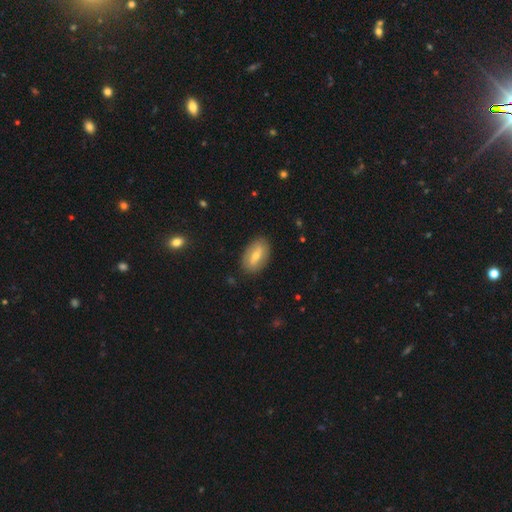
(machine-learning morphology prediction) A smooth galaxy with no disk features (50%) that is in between round and cigar-shaped (89%).

Vote fractions:
- Smooth or featured? smooth: 50% / featured or disk: 42% / star or artifact: 8%
- How rounded? in between: 89% / round: 6% / cigar-shaped: 5%
- Merging? none: 87% / minor disturbance: 10% / major disturbance: 2% / merger: 1%